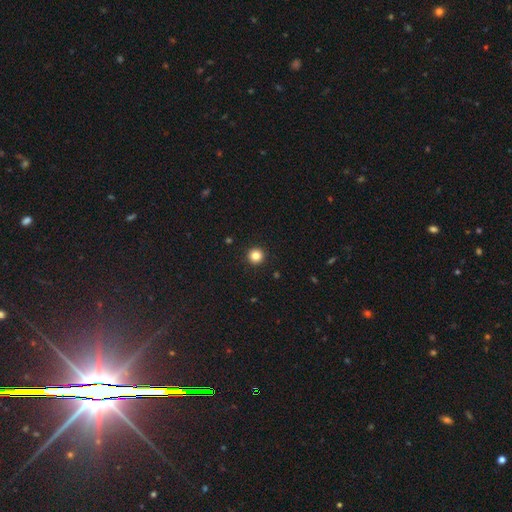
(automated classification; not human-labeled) Overall: smooth (84%). How rounded: round (96%). Merging: none (94%).